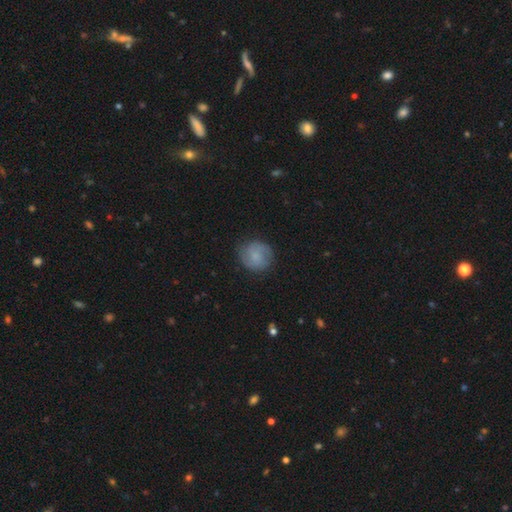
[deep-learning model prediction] The model was most divided on "smooth or featured": smooth: 61%, featured or disk: 32%, star or artifact: 8%. More confident: how rounded — round (85%); merging — none (78%).